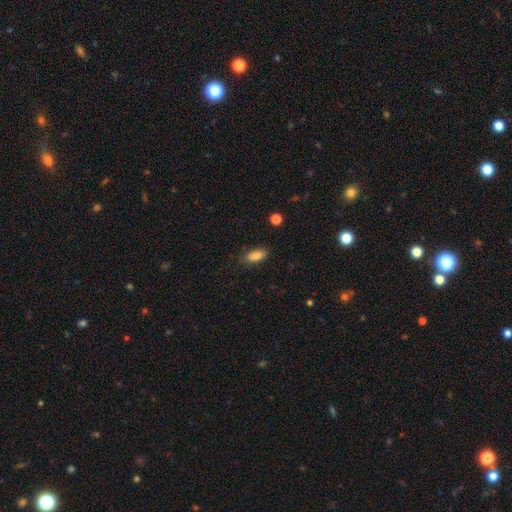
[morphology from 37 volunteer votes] Smooth or featured?
  - smooth: 95% *
  - featured or disk: 3%
  - star or artifact: 3%
How rounded?
  - in between: 89% *
  - cigar-shaped: 9%
  - round: 3%
Merging?
  - none: 81% *
  - minor disturbance: 14%
  - major disturbance: 3%
  - merger: 3%